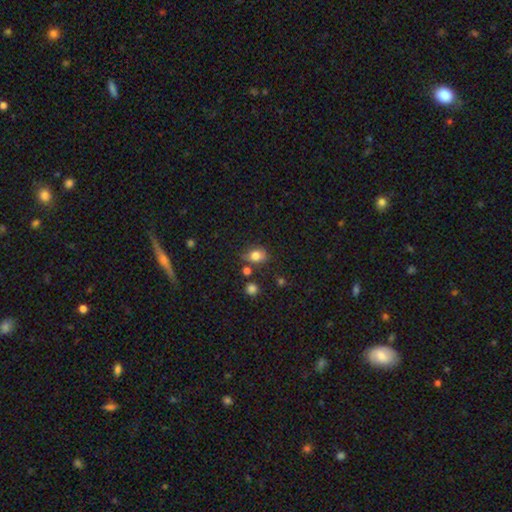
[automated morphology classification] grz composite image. It shows a smooth galaxy with no disk features (80%) that is in between round and cigar-shaped (56%). Merging: none (67%).